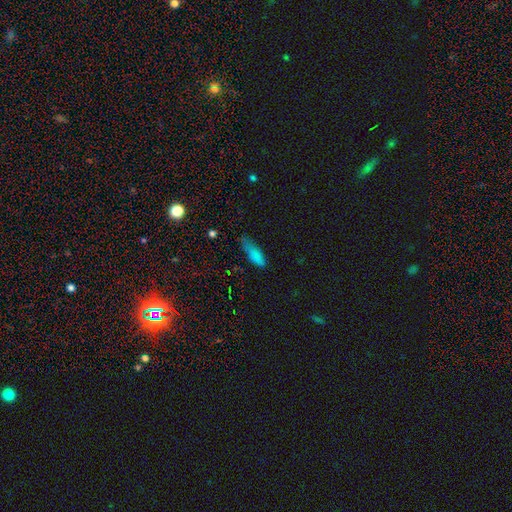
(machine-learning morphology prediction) The model was most divided on "merging": none: 46%, minor disturbance: 39%, major disturbance: 12%, merger: 3%. More confident: smooth or featured — smooth (82%); how rounded — in between (55%).